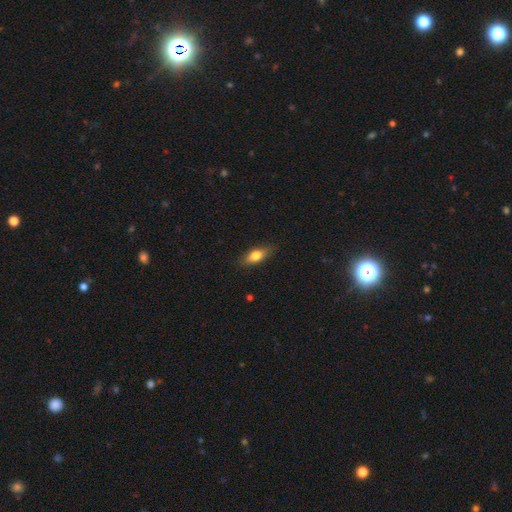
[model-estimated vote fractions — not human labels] smooth_or_featured: smooth (p=0.75) [alt: featured or disk p=0.18]
how_rounded: in between (p=0.76) [alt: cigar-shaped p=0.19]
merging: none (p=0.83) [alt: minor disturbance p=0.13]